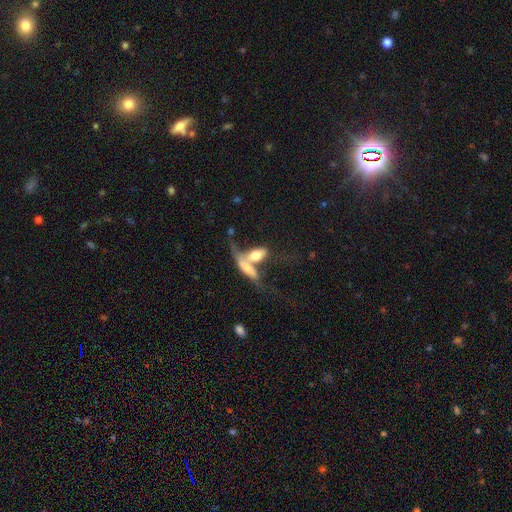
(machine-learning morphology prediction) Smooth or featured: smooth — 57% (featured or disk — 35%)
How rounded: in between — 73% (cigar-shaped — 20%)
Merging: merger — 72% (none — 13%)